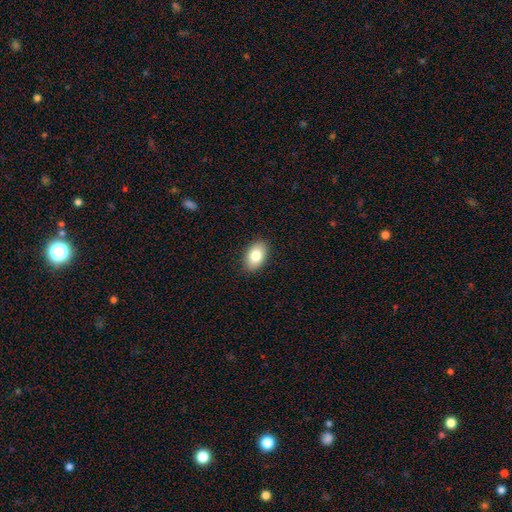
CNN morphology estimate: Smooth or featured: smooth — 82% (featured or disk — 11%)
How rounded: in between — 89% (round — 10%)
Merging: none — 89% (minor disturbance — 8%)